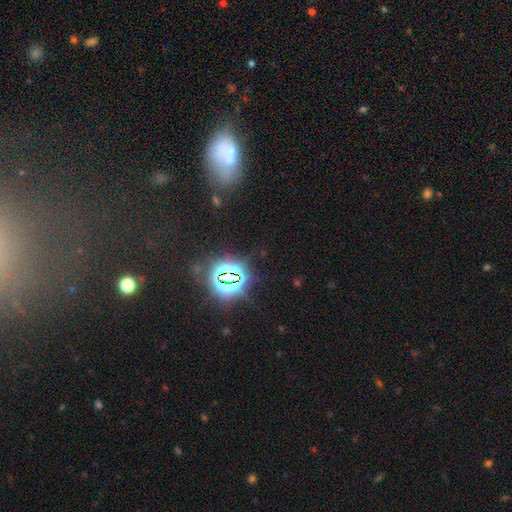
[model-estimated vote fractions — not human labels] Smooth or featured?
  - star or artifact: 69% *
  - smooth: 19%
  - featured or disk: 12%